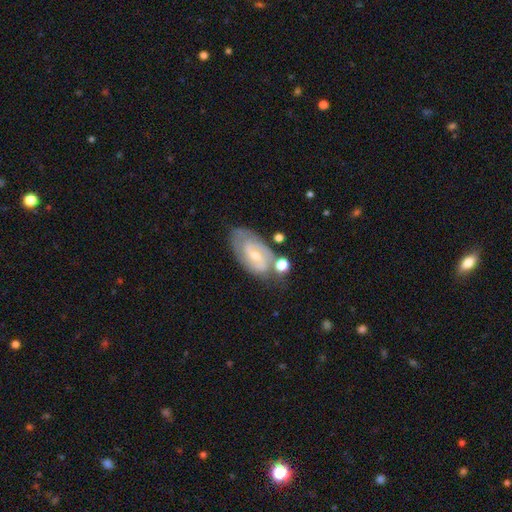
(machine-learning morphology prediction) Smooth or featured?
  - featured or disk: 75% *
  - smooth: 19%
  - star or artifact: 6%
Edge-on disk?
  - no: 95% *
  - yes: 5%
Bar?
  - weak: 51% *
  - no: 35%
  - strong: 14%
Spiral arms?
  - yes: 90% *
  - no: 10%
Spiral winding?
  - medium: 44% *
  - tight: 41%
  - loose: 15%
Spiral arm count?
  - 2: 67% *
  - can't tell: 20%
  - 3: 6%
  - 1: 4%
  - 4: 2%
  - more than 4: 2%
Bulge size?
  - small: 61% *
  - moderate: 34%
  - none: 2%
  - large: 1%
  - dominant: 1%
Merging?
  - none: 58% *
  - minor disturbance: 22%
  - merger: 12%
  - major disturbance: 8%